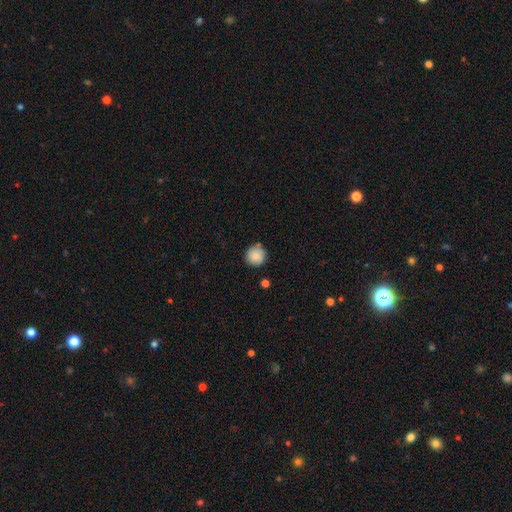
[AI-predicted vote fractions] A smooth galaxy with no disk features (86%) that is round (94%).

Vote fractions:
- Smooth or featured? smooth: 86% / star or artifact: 8% / featured or disk: 7%
- How rounded? round: 94% / in between: 5% / cigar-shaped: 1%
- Merging? none: 82% / minor disturbance: 12% / merger: 3% / major disturbance: 2%